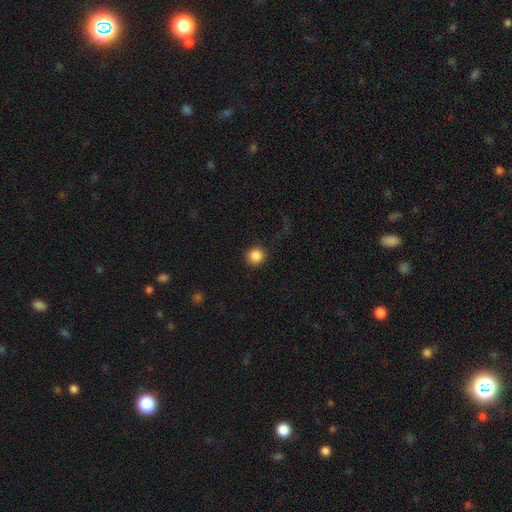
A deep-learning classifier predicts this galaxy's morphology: smooth_or_featured: smooth (p=0.86) [alt: star or artifact p=0.10]
how_rounded: round (p=0.93) [alt: in between p=0.06]
merging: none (p=0.89) [alt: minor disturbance p=0.07]